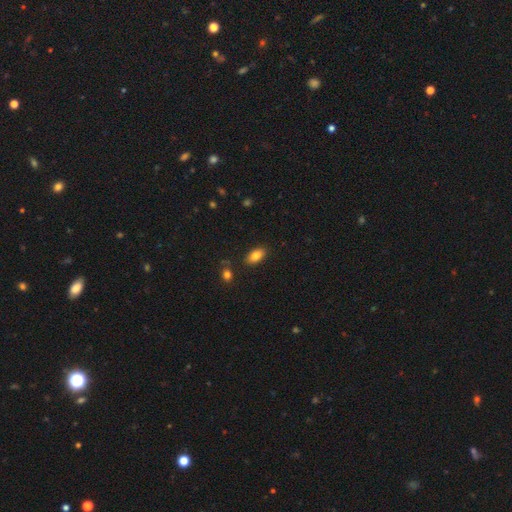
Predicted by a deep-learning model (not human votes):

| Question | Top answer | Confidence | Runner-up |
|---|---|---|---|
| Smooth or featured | smooth | 82% | featured or disk (9%) |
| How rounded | in between | 91% | round (5%) |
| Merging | none | 86% | minor disturbance (9%) |